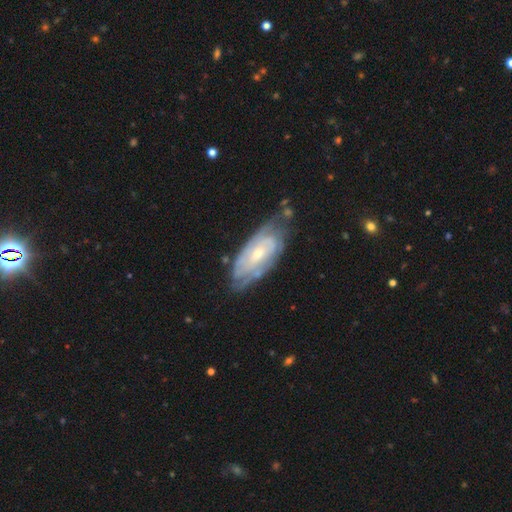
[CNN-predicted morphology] A featured or disk galaxy (77%) with no bar (58%), tight (70%) spiral arms (88%) and a small central bulge (59%).

Vote fractions:
- Smooth or featured? featured or disk: 77% / smooth: 15% / star or artifact: 8%
- Edge-on disk? no: 89% / yes: 11%
- Bar? no: 58% / weak: 32% / strong: 9%
- Spiral arms? yes: 88% / no: 12%
- Spiral winding? tight: 70% / medium: 23% / loose: 7%
- Spiral arm count? can't tell: 53% / 2: 22% / 3: 10% / 4: 7% / more than 4: 4% / 1: 4%
- Bulge size? small: 59% / moderate: 38% / large: 2% / none: 1% / dominant: 1%
- Merging? none: 70% / minor disturbance: 22% / major disturbance: 7% / merger: 2%